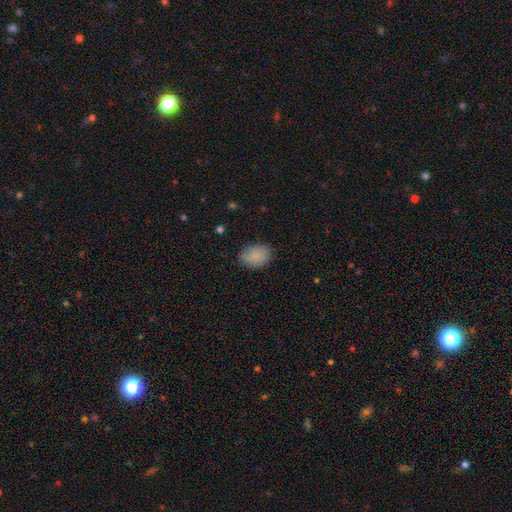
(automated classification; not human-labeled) Smooth or featured? smooth (86%)
How rounded? in between (72%)
Merging? none (82%)